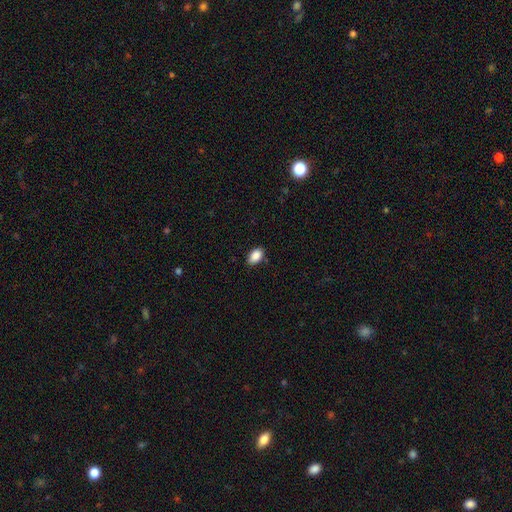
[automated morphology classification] type=smooth (89%); roundness=in between (90%); merging=none (85%).